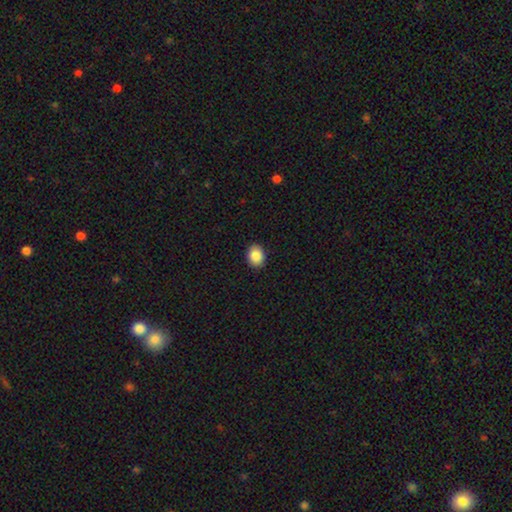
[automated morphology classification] smooth 87%, star or artifact 8%, featured or disk 5%. Down the decision tree: how rounded — in between (54%); merging — none (91%).